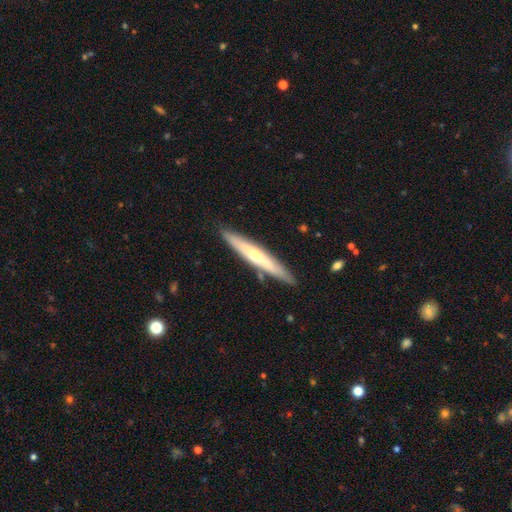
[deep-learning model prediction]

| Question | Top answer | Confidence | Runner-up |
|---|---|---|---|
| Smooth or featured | featured or disk | 61% | smooth (32%) |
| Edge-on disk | yes | 93% | no (7%) |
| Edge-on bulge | rounded | 75% | none (21%) |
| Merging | none | 88% | minor disturbance (9%) |